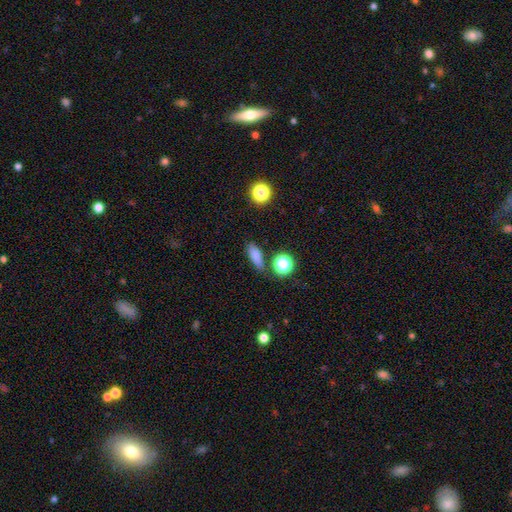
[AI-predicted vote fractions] A smooth galaxy with no disk features (80%) that is in between round and cigar-shaped (55%). Merging: none (77%).